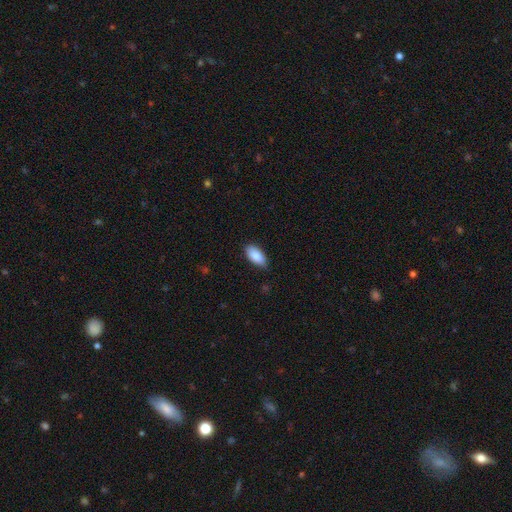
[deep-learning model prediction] smooth 88%, featured or disk 6%, star or artifact 6%. Down the decision tree: how rounded — in between (93%); merging — none (82%).